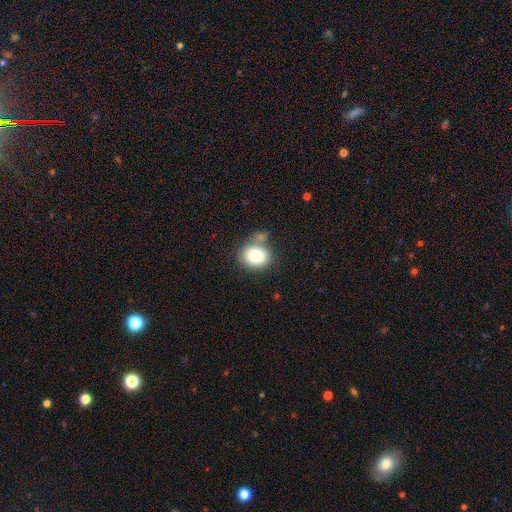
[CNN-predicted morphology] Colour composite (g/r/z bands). It shows a smooth galaxy with no disk features (79%) that is round (68%). Merging: none (61%).